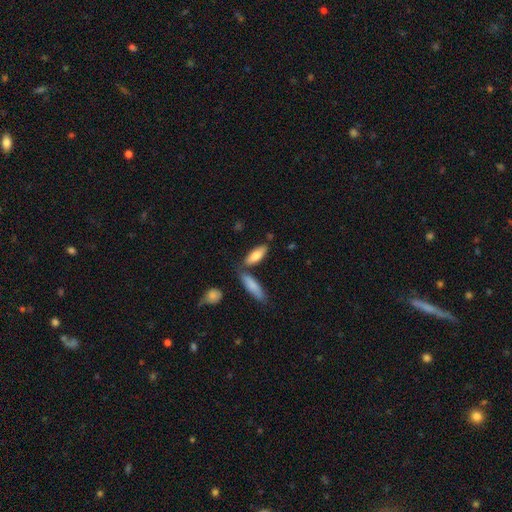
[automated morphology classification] Overall: smooth (78%). How rounded: in between (63%; cigar-shaped 35%). Merging: none (69%).